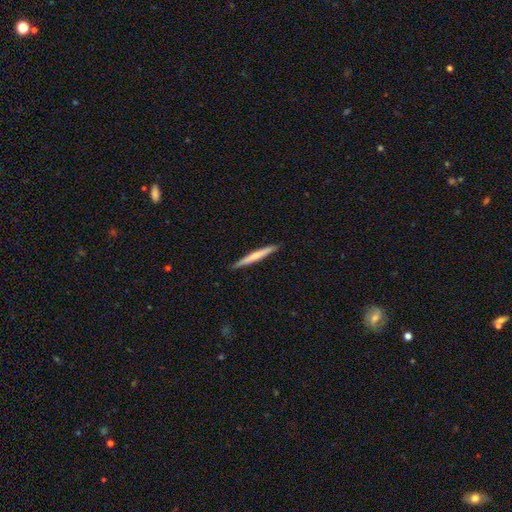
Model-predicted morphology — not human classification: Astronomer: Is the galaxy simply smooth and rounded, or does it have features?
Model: smooth — 55% (runner-up: featured or disk, 40%).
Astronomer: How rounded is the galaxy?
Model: cigar-shaped — 96%.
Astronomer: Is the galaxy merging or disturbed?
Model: none — 90%.